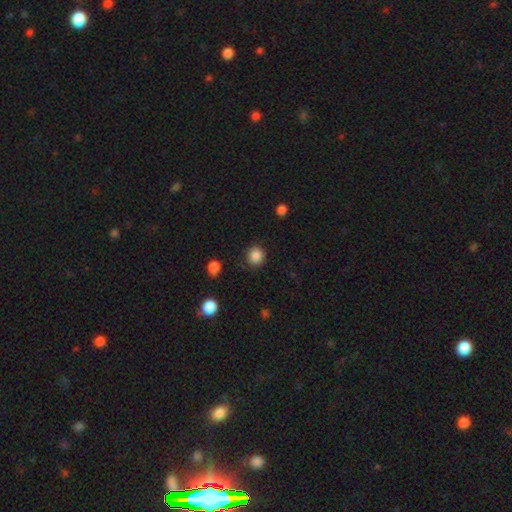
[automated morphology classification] type=smooth (87%); roundness=round (85%); merging=none (87%).